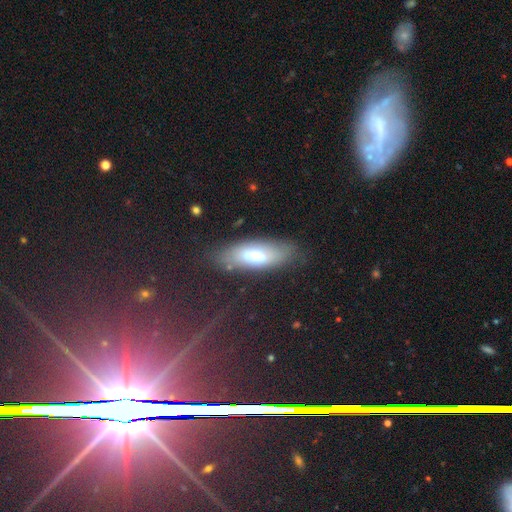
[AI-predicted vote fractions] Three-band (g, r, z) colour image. It shows a smooth galaxy with no disk features (54%) that is in between round and cigar-shaped (69%). Merging: none (78%).